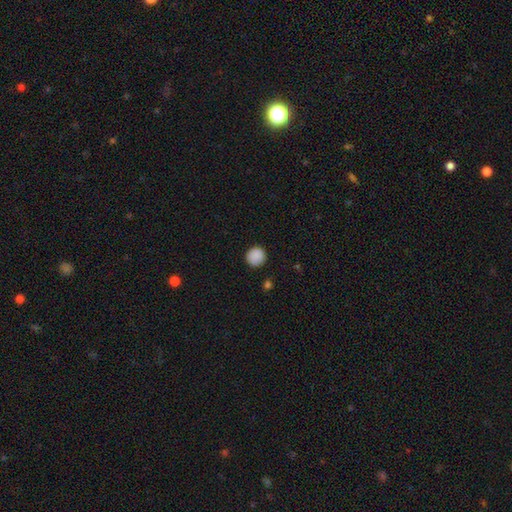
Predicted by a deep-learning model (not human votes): Smooth or featured? smooth (88%)
How rounded? round (93%)
Merging? none (89%)